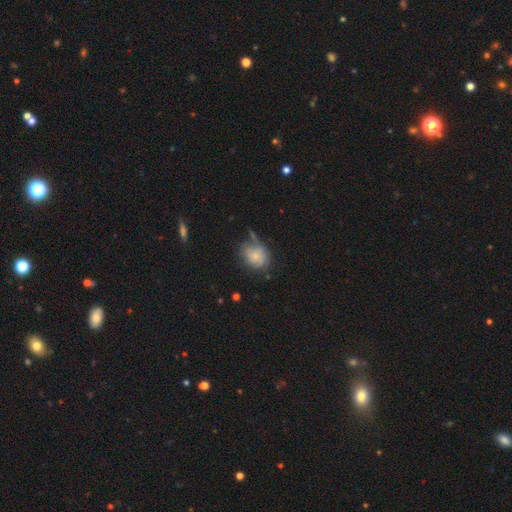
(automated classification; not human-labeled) Smooth or featured? Predicted: smooth (p=0.66). How rounded? Predicted: in between (p=0.50). Merging? Predicted: none (p=0.44).